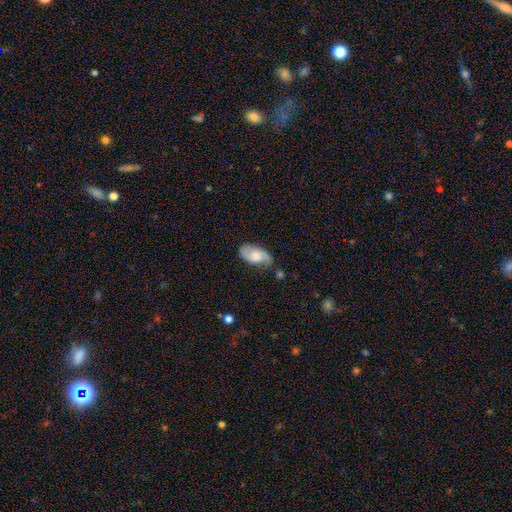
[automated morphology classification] A featured or disk galaxy (52%).

Vote fractions:
- Smooth or featured? featured or disk: 52% / smooth: 41% / star or artifact: 7%
- Edge-on disk? no: 94% / yes: 6%
- Merging? none: 59% / minor disturbance: 28% / major disturbance: 9% / merger: 4%